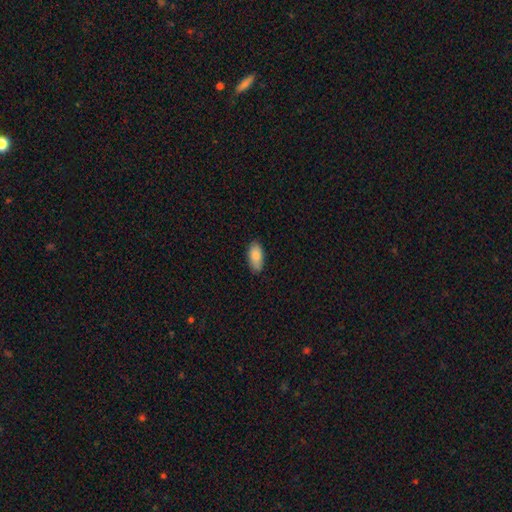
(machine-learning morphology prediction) Smooth or featured?
  - smooth: 87% *
  - featured or disk: 7%
  - star or artifact: 6%
How rounded?
  - in between: 91% *
  - cigar-shaped: 6%
  - round: 2%
Merging?
  - none: 85% *
  - minor disturbance: 12%
  - major disturbance: 2%
  - merger: 1%